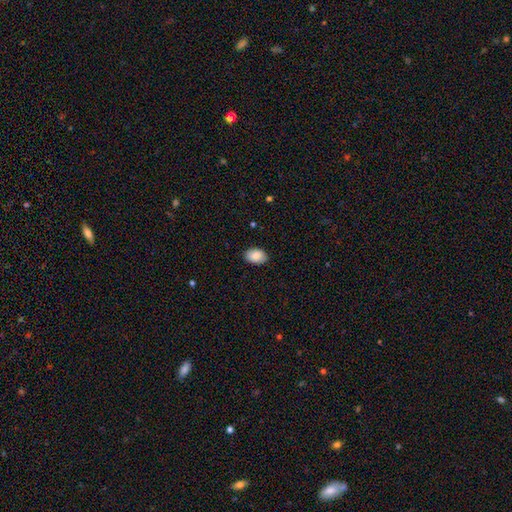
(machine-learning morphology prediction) Smooth or featured? Predicted: smooth (p=0.87). How rounded? Predicted: in between (p=0.87). Merging? Predicted: none (p=0.88).